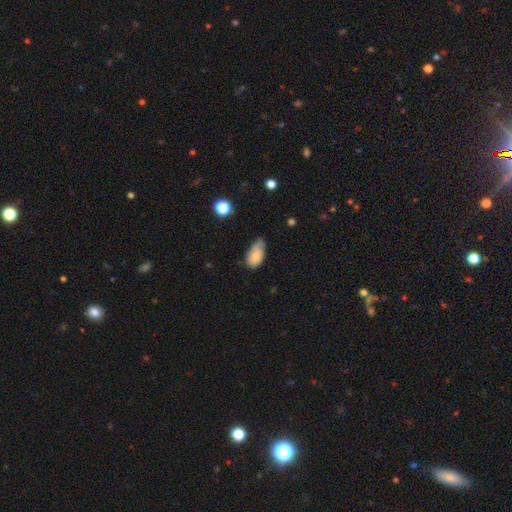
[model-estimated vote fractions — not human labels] The model was most divided on "merging": minor disturbance: 45%, none: 42%, major disturbance: 10%, merger: 3%. More confident: how rounded — in between (92%); smooth or featured — smooth (72%).